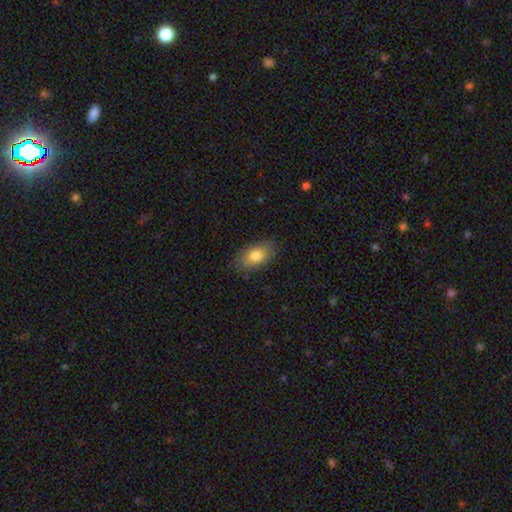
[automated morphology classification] Smooth or featured: smooth — 81% (featured or disk — 12%)
How rounded: in between — 91% (round — 6%)
Merging: none — 82% (minor disturbance — 13%)